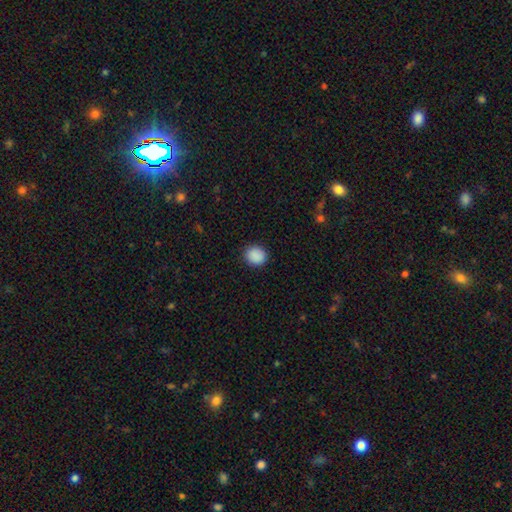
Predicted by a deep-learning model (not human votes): Smooth or featured: smooth — 90% (star or artifact — 8%)
How rounded: round — 79% (in between — 20%)
Merging: none — 90% (minor disturbance — 7%)